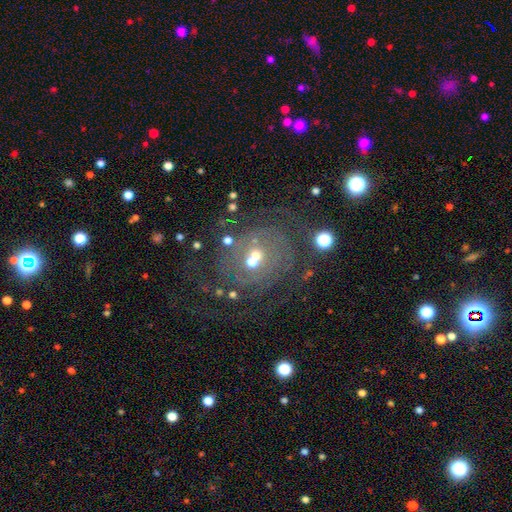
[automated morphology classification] Smooth or featured? Predicted: featured or disk (p=0.69). Edge-on disk? Predicted: no (p=0.97). Bar? Predicted: no (p=0.81). Spiral arms? Predicted: yes (p=0.69). Bulge size? Predicted: moderate (p=0.46). Merging? Predicted: none (p=0.58).